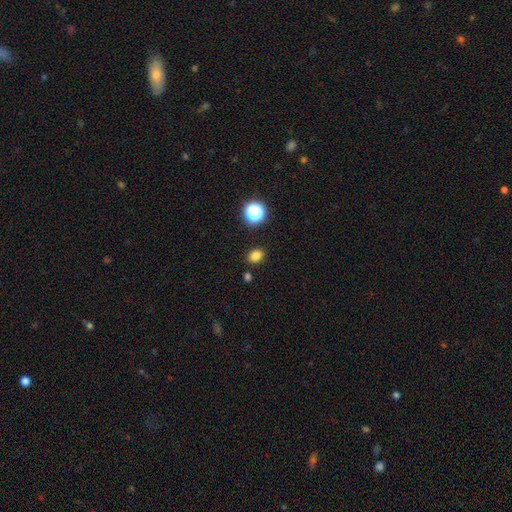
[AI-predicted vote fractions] smooth-or-featured: smooth: 81% | star or artifact: 15% | featured or disk: 4%
  how-rounded: round: 51% | in between: 48% | cigar-shaped: 1%
  merging: none: 86% | minor disturbance: 8% | merger: 3% | major disturbance: 2%